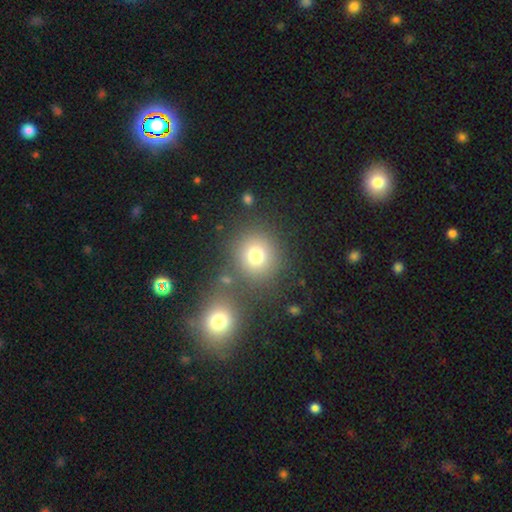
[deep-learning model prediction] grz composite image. It shows a smooth galaxy with no disk features (75%) that is round (88%). Merging: none (72%).